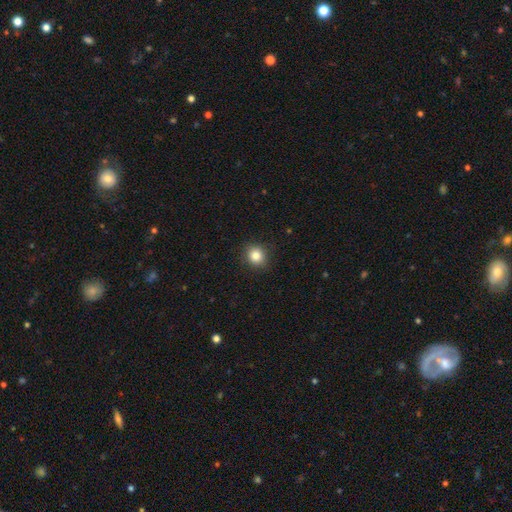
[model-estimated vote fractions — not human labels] Smooth or featured: smooth — 84% (star or artifact — 11%)
How rounded: round — 84% (in between — 15%)
Merging: none — 90% (minor disturbance — 7%)